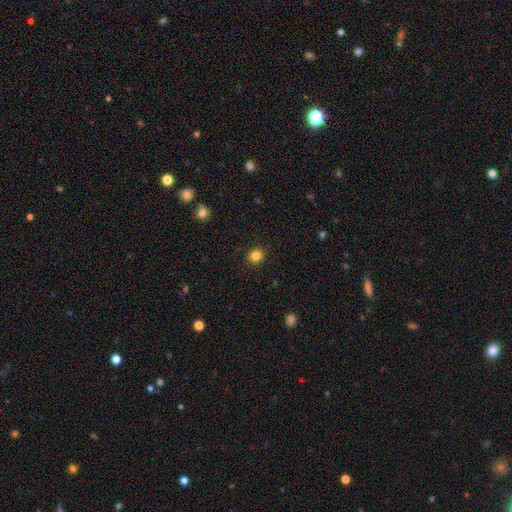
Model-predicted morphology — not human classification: Smooth or featured: smooth — 84% (star or artifact — 12%)
How rounded: round — 82% (in between — 17%)
Merging: none — 91% (minor disturbance — 6%)